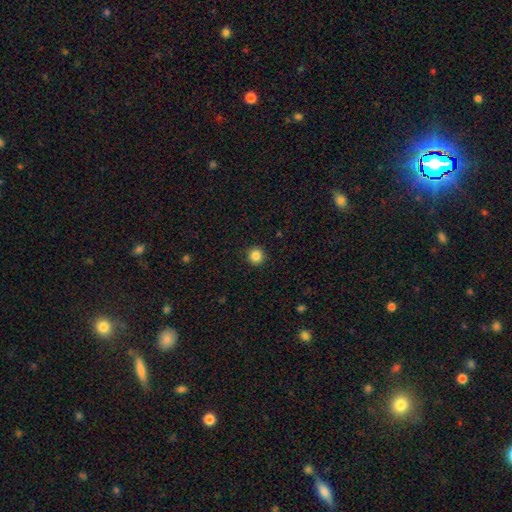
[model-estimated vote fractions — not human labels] smooth_or_featured: smooth (p=0.86) [alt: star or artifact p=0.11]
how_rounded: round (p=0.94) [alt: in between p=0.05]
merging: none (p=0.92) [alt: minor disturbance p=0.05]